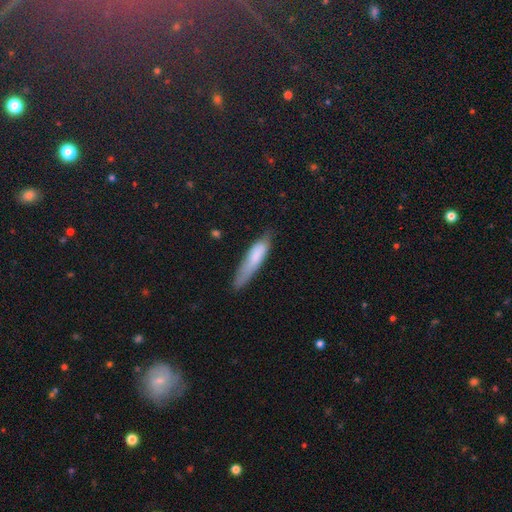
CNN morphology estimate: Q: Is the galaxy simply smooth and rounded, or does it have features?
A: smooth — 75%.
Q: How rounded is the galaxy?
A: cigar-shaped — 76%.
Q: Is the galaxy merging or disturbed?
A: none — 56%.